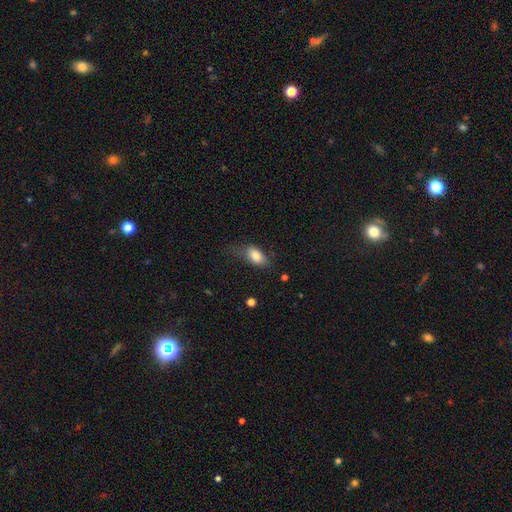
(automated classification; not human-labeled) Smooth or featured? smooth (80%)
How rounded? in between (88%)
Merging? none (49%)